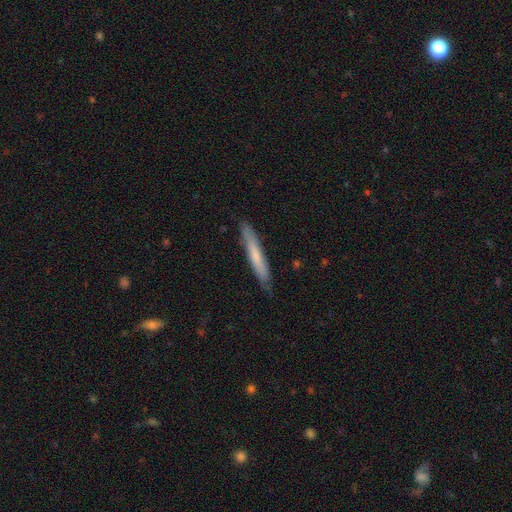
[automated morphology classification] Smooth or featured: smooth — 62% (featured or disk — 33%)
How rounded: cigar-shaped — 95% (in between — 4%)
Merging: none — 85% (minor disturbance — 12%)